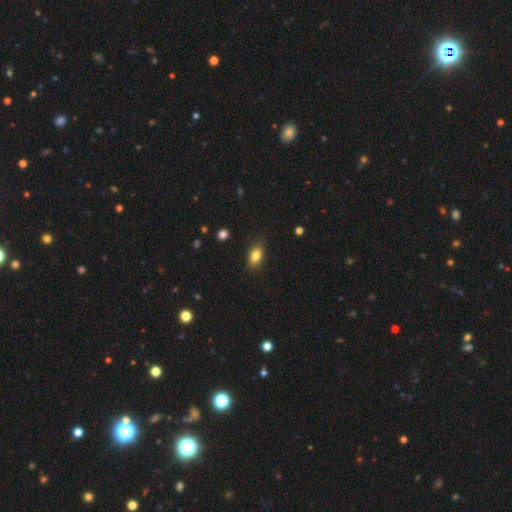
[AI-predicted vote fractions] This is clearly a smooth galaxy (83%). How rounded: clearly in between (85%). Merging: clearly none (85%).